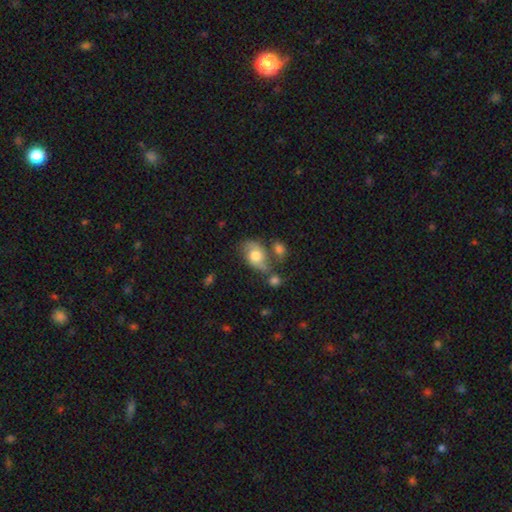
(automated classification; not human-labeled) smooth_or_featured: smooth (p=0.49) [alt: featured or disk p=0.42]
merging: none (p=0.50) [alt: minor disturbance p=0.23]